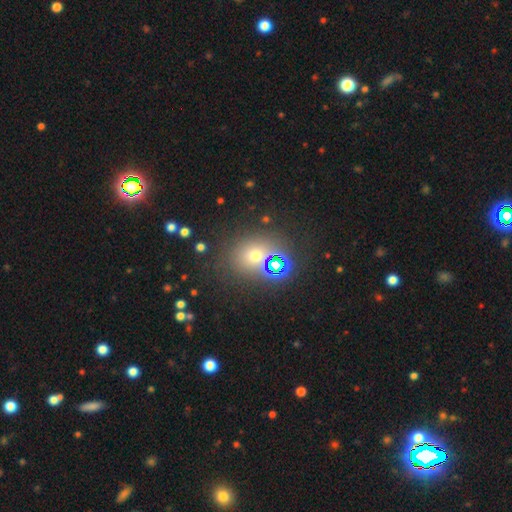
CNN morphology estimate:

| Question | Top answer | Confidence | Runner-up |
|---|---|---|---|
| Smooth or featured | smooth | 58% | star or artifact (32%) |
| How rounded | round | 67% | in between (31%) |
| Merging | none | 72% | merger (12%) |